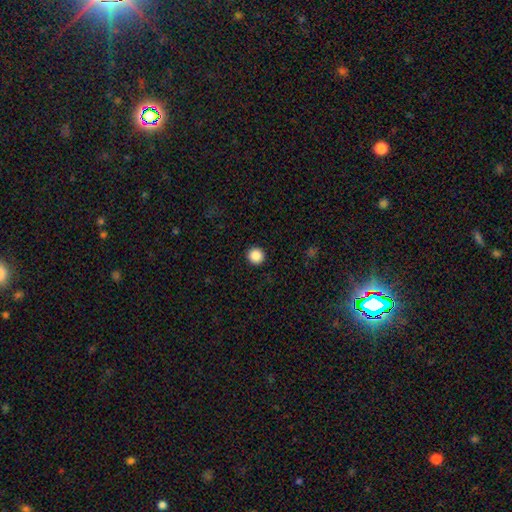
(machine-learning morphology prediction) This is clearly a smooth galaxy (88%). How rounded: clearly round (96%). Merging: clearly none (94%).